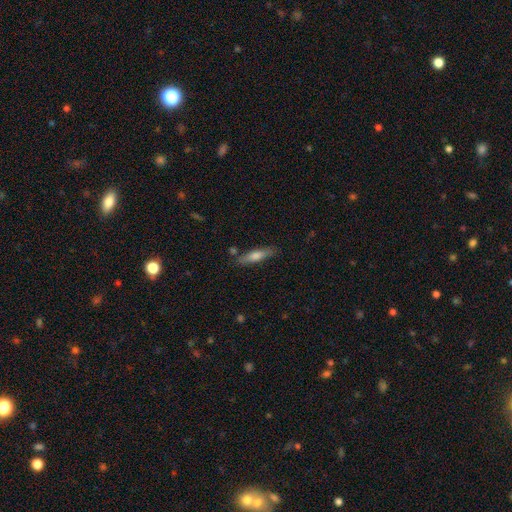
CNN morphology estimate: smooth 60%, featured or disk 33%, star or artifact 6%. Down the decision tree: how rounded — cigar-shaped (78%); merging — none (81%).